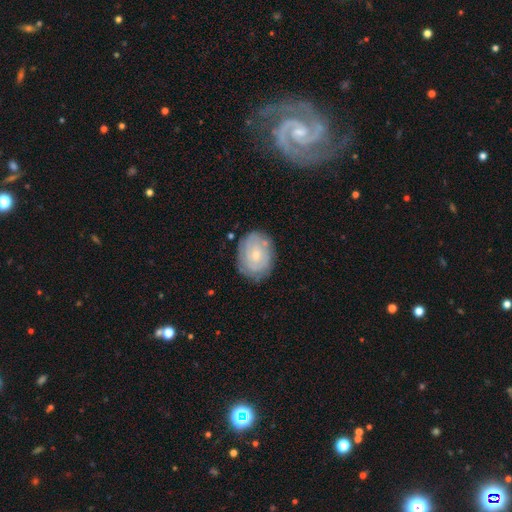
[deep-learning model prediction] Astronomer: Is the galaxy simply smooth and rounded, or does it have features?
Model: featured or disk — 62%.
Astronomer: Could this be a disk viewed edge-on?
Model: no — 97%.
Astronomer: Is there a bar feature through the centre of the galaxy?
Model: no — 77%.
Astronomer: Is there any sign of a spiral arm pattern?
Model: yes — 77%.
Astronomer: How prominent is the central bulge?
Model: small — 63%.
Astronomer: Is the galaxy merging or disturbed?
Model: none — 73%.